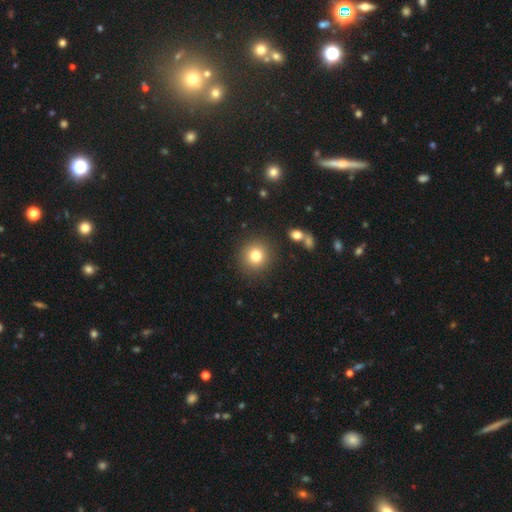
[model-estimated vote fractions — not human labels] This appears to be a smooth galaxy with no disk features (81%) that is round (91%). Merging: none (88%).